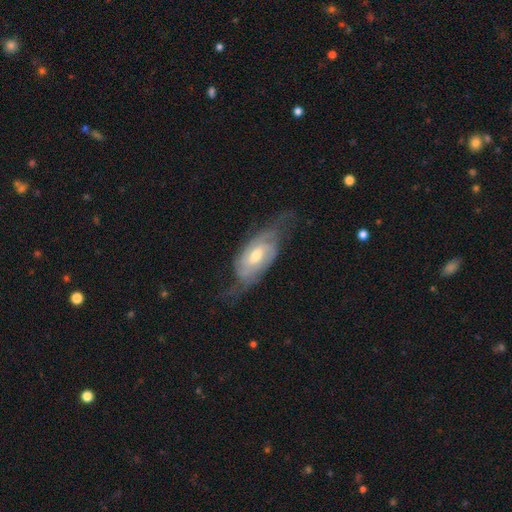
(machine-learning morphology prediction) smooth_or_featured: featured or disk (p=0.81) [alt: smooth p=0.13]
disk_edge_on: no (p=0.91) [alt: yes p=0.09]
bar: weak (p=0.45) [alt: no p=0.44]
has_spiral_arms: yes (p=0.94) [alt: no p=0.06]
spiral_winding: medium (p=0.40) [alt: tight p=0.37]
spiral_arm_count: 2 (p=0.66) [alt: can't tell p=0.18]
bulge_size: moderate (p=0.66) [alt: small p=0.25]
merging: none (p=0.62) [alt: minor disturbance p=0.22]